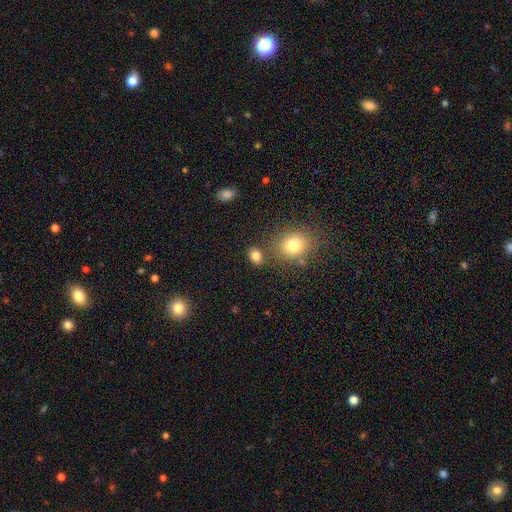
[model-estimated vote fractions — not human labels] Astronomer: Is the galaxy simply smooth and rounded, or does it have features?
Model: smooth — 82%.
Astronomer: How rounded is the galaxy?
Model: in between — 70%.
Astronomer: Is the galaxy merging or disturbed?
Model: none — 74%.